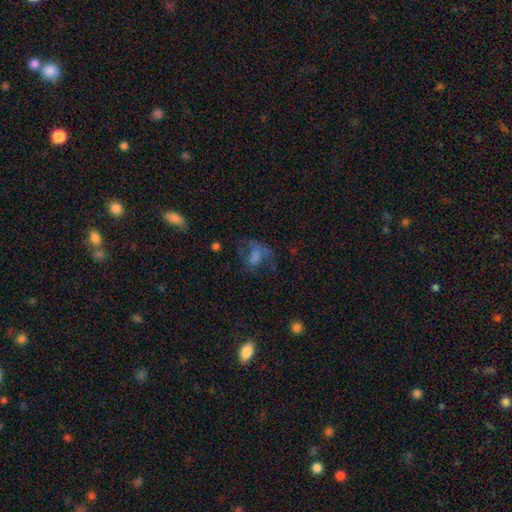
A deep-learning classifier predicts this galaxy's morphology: A smooth galaxy with no disk features (43%). Merging: major disturbance (44%).